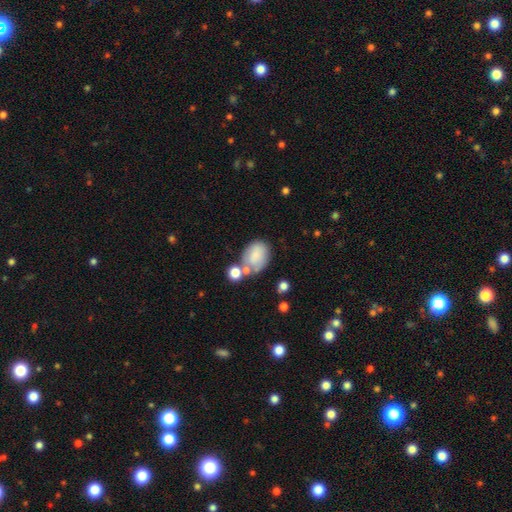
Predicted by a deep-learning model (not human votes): Morphology: type=smooth (77%); roundness=in between (69%); merging=none (47%).